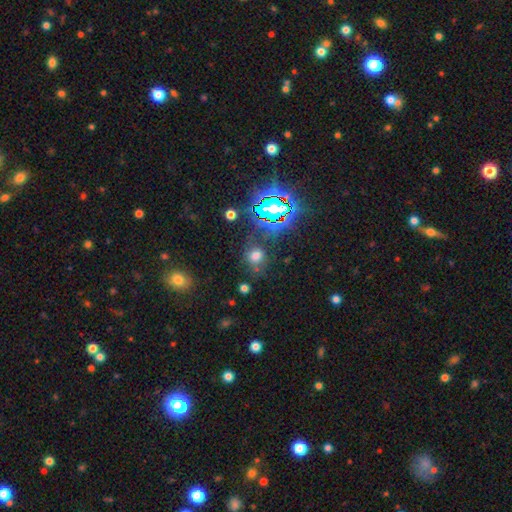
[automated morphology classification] This appears to be a smooth galaxy with no disk features (57%) that is round (67%). Merging: none (71%).